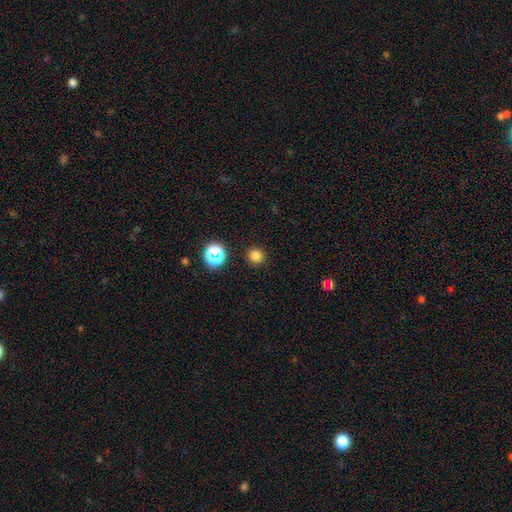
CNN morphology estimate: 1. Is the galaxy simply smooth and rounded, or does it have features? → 80% smooth, 16% star or artifact, 4% featured or disk.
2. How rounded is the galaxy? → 94% round, 5% in between, 1% cigar-shaped.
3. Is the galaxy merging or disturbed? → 91% none, 5% minor disturbance, 2% major disturbance, 1% merger.